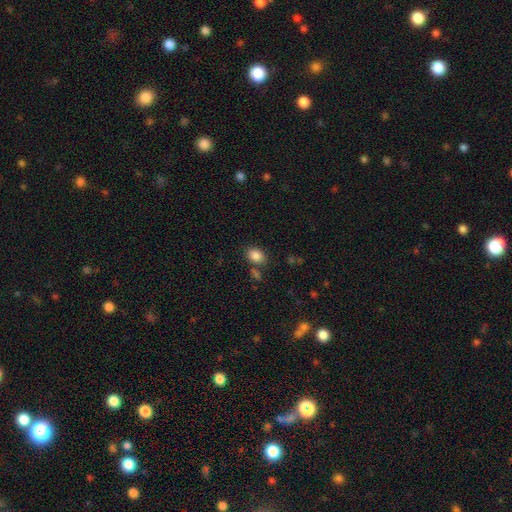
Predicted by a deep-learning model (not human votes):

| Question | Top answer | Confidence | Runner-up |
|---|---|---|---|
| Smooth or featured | smooth | 85% | star or artifact (10%) |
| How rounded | in between | 67% | round (32%) |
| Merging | none | 72% | minor disturbance (13%) |